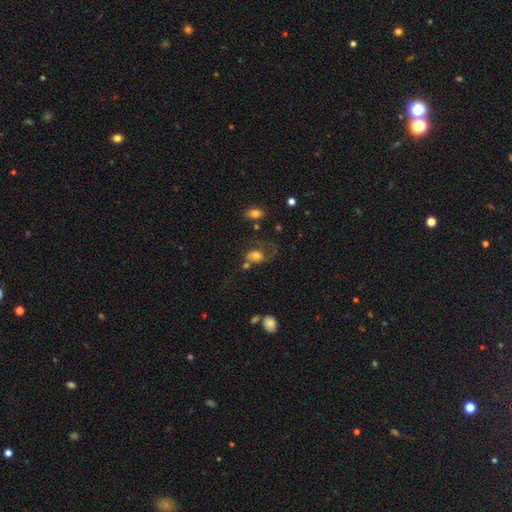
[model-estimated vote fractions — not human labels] Smooth or featured?
  - smooth: 63% *
  - featured or disk: 27%
  - star or artifact: 10%
How rounded?
  - in between: 71% *
  - round: 28%
  - cigar-shaped: 2%
Merging?
  - major disturbance: 38% *
  - none: 28%
  - minor disturbance: 19%
  - merger: 15%